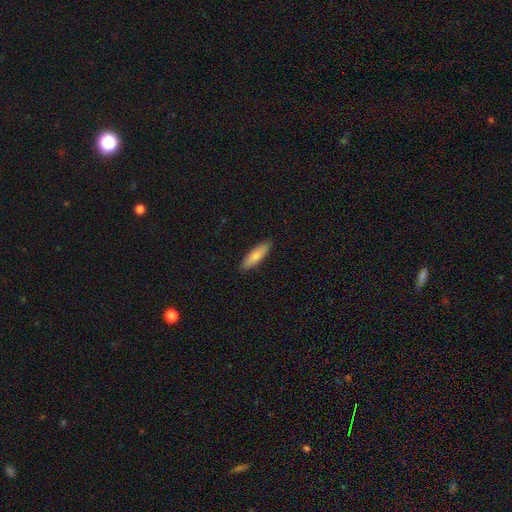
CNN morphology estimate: Smooth or featured: smooth — 83% (featured or disk — 11%)
How rounded: cigar-shaped — 61% (in between — 37%)
Merging: none — 90% (minor disturbance — 7%)